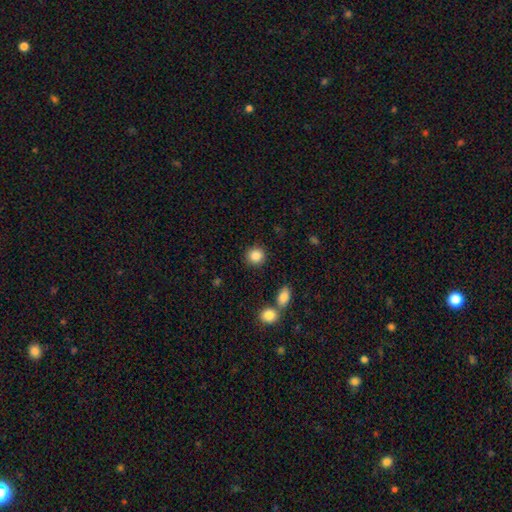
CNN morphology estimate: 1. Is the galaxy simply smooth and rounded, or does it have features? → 87% smooth, 9% star or artifact, 4% featured or disk.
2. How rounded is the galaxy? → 90% round, 9% in between, 1% cigar-shaped.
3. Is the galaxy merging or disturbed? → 88% none, 6% minor disturbance, 3% merger, 3% major disturbance.